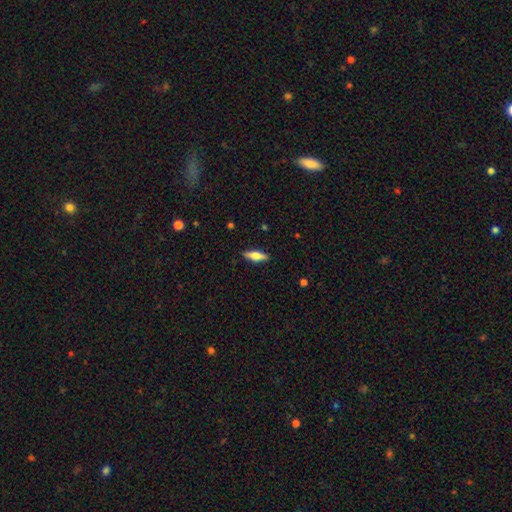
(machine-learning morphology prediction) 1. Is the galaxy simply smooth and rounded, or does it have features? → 54% smooth, 40% featured or disk, 6% star or artifact.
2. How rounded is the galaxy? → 56% cigar-shaped, 41% in between, 2% round.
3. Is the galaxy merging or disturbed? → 89% none, 8% minor disturbance, 2% major disturbance, 1% merger.